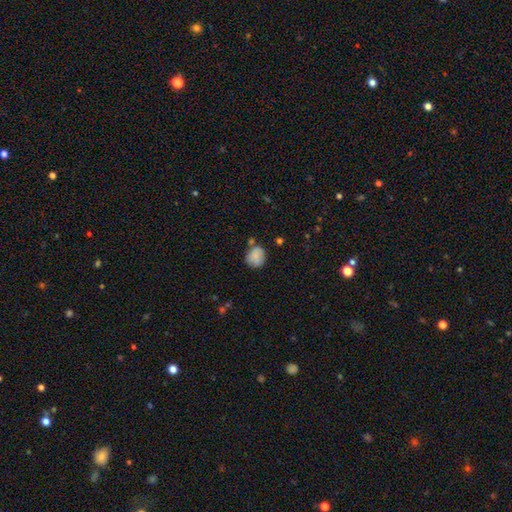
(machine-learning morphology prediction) A smooth galaxy with no disk features (81%) that is round (72%).

Vote fractions:
- Smooth or featured? smooth: 81% / featured or disk: 10% / star or artifact: 8%
- How rounded? round: 72% / in between: 27% / cigar-shaped: 1%
- Merging? none: 62% / minor disturbance: 22% / merger: 10% / major disturbance: 6%